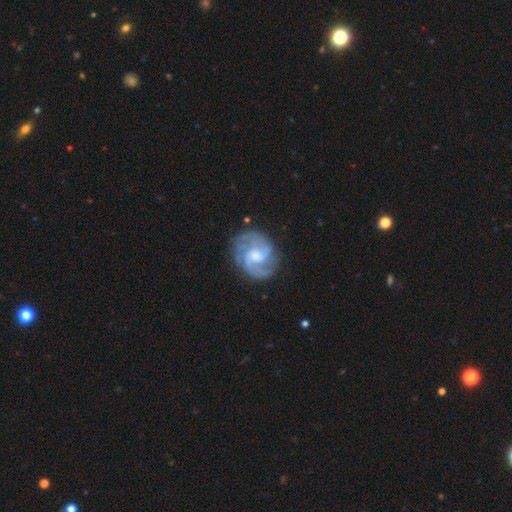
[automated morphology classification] type=featured or disk (88%); edge-on=no (98%); bar=no (54%); spiral arms=yes (97%); winding=medium (48%); arm count=2 (34%); bulge=moderate (49%); merging=none (75%).